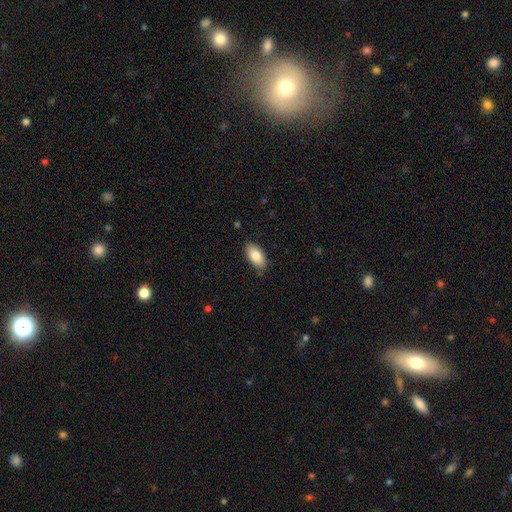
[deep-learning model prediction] The model was most divided on "merging": none: 83%, minor disturbance: 13%, major disturbance: 2%, merger: 1%. More confident: how rounded — in between (93%); smooth or featured — smooth (85%).